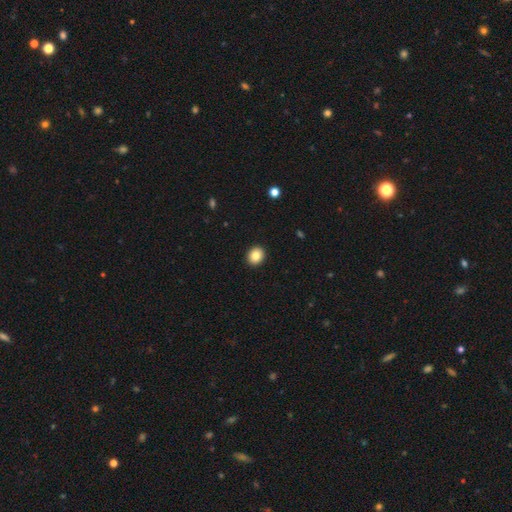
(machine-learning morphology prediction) type=smooth (85%); roundness=round (68%); merging=none (93%).